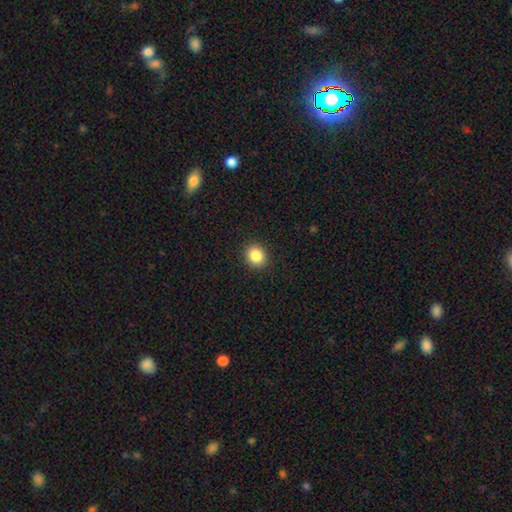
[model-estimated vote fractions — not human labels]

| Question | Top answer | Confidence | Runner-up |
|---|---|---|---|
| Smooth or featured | smooth | 86% | star or artifact (9%) |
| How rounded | round | 77% | in between (22%) |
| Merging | none | 91% | minor disturbance (6%) |